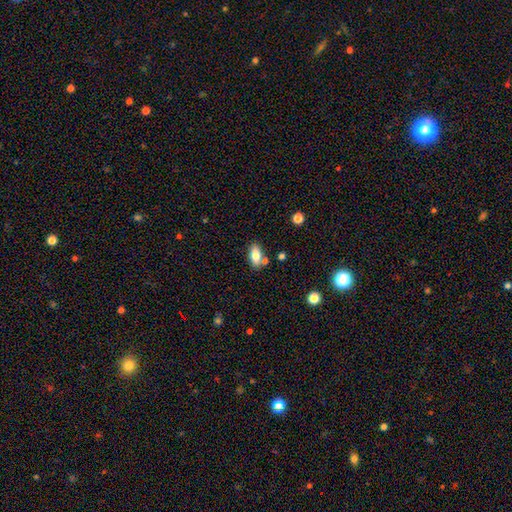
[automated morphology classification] This is likely a smooth galaxy (78%). How rounded: clearly in between (88%). Merging: likely none (73%).